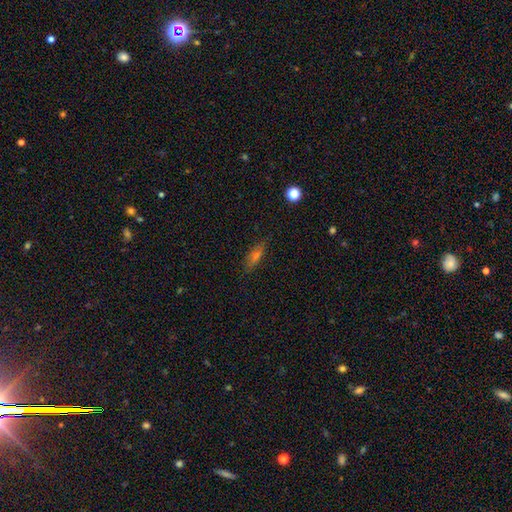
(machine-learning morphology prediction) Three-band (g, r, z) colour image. It shows a smooth galaxy with no disk features (52%) that is cigar-shaped (50%). Merging: none (84%).